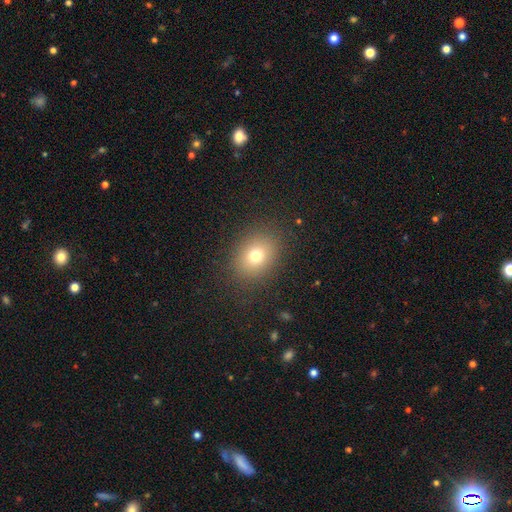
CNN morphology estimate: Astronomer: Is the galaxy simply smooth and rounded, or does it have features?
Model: smooth — 74%.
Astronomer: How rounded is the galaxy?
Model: in between — 51% (runner-up: round, 48%).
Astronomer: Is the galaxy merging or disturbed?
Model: none — 85%.